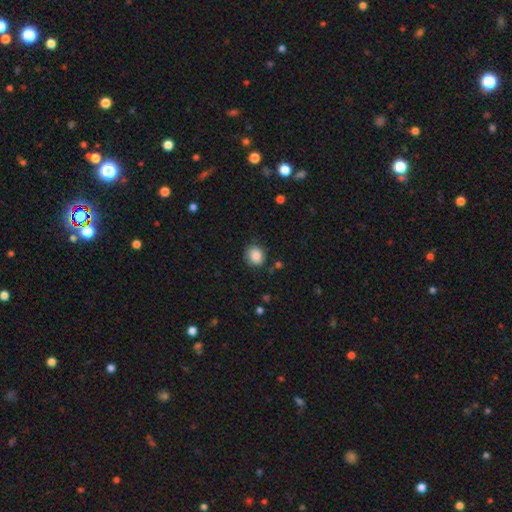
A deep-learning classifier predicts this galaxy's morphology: Overall: smooth (87%). How rounded: round (72%). Merging: none (76%).